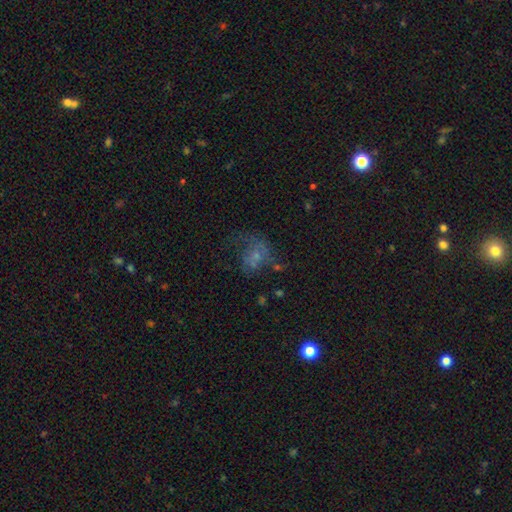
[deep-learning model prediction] Smooth or featured? Predicted: smooth (p=0.44). Merging? Predicted: major disturbance (p=0.41).